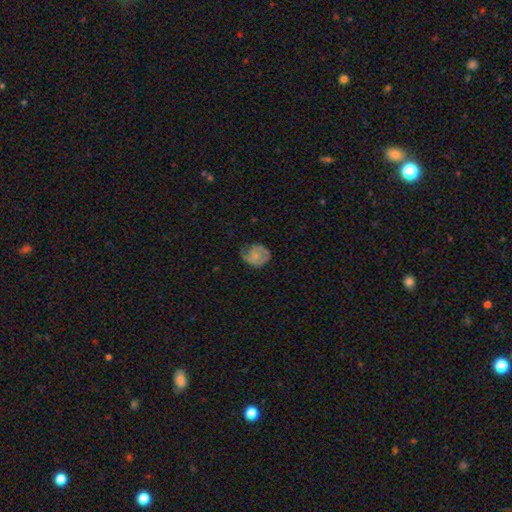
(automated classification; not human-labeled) smooth-or-featured: featured or disk: 53% | smooth: 39% | star or artifact: 8%
  disk-edge-on: no: 98% | yes: 2%
    bar: no: 72% | weak: 24% | strong: 4%
    has-spiral-arms: yes: 85% | no: 15%
    bulge-size: small: 41% | none: 35% | moderate: 19% | large: 3% | dominant: 1%
  merging: none: 54% | minor disturbance: 29% | major disturbance: 15% | merger: 1%